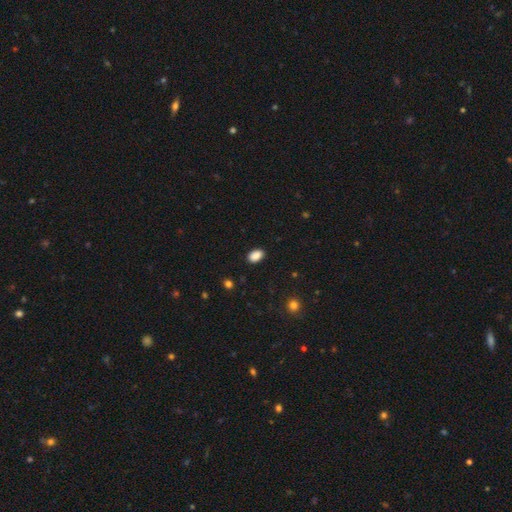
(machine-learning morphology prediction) Smooth or featured? smooth (88%)
How rounded? in between (89%)
Merging? none (87%)